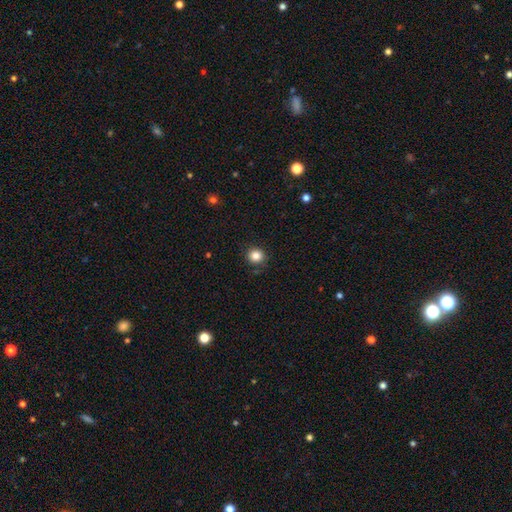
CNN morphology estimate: This appears to be a smooth galaxy with no disk features (84%) that is round (88%). Merging: none (88%).